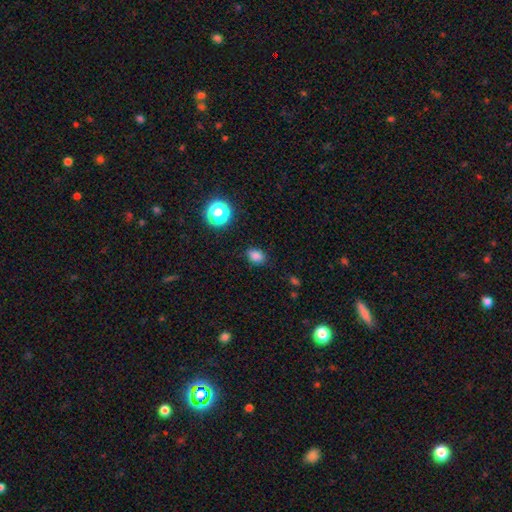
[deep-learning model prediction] Smooth or featured? Predicted: smooth (p=0.81). How rounded? Predicted: in between (p=0.68). Merging? Predicted: none (p=0.83).